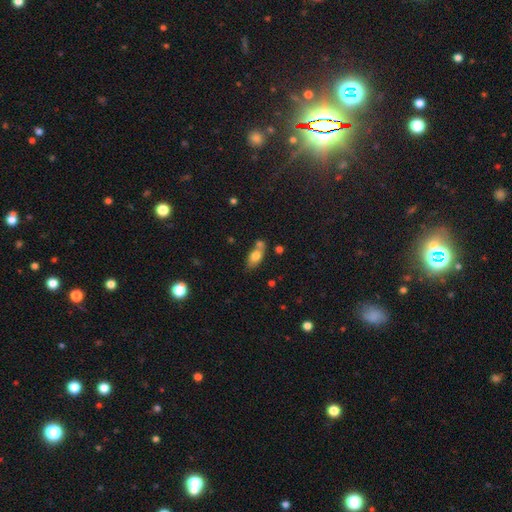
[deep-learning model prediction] Smooth or featured: smooth — 75% (featured or disk — 17%)
How rounded: in between — 84% (cigar-shaped — 9%)
Merging: none — 49% (merger — 31%)